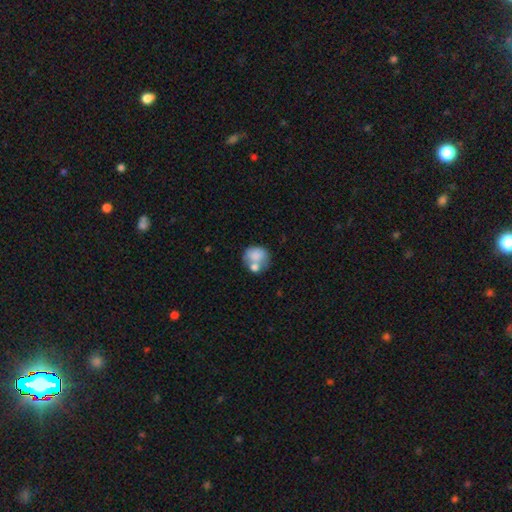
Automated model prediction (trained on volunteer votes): A smooth galaxy with no disk features (74%) that is round (66%).

Vote fractions:
- Smooth or featured? smooth: 74% / featured or disk: 18% / star or artifact: 9%
- How rounded? round: 66% / in between: 33% / cigar-shaped: 1%
- Merging? merger: 42% / none: 37% / minor disturbance: 14% / major disturbance: 7%